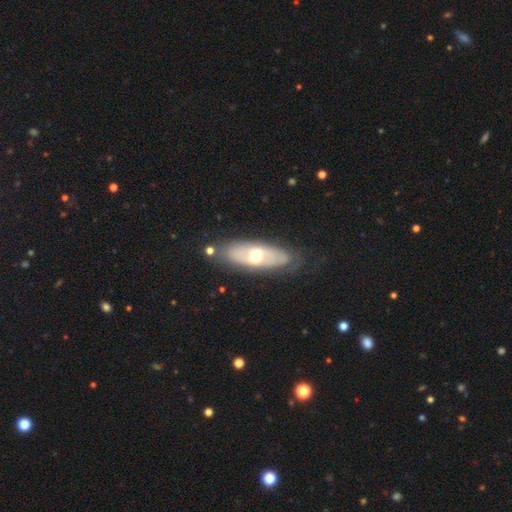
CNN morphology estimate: Q: Smooth or featured?
A: featured or disk (55%); runner-up: smooth (39%)
Q: Edge-on disk?
A: no (76%); runner-up: yes (24%)
Q: Merging?
A: none (77%); runner-up: minor disturbance (15%)